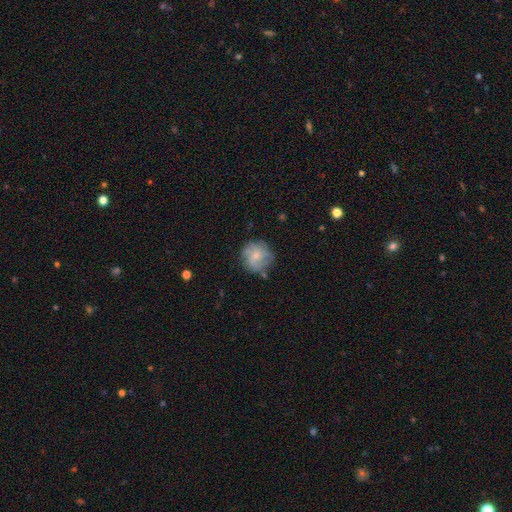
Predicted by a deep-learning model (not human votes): Q: Smooth or featured?
A: smooth (47%); runner-up: featured or disk (45%)
Q: Merging?
A: none (70%); runner-up: minor disturbance (19%)